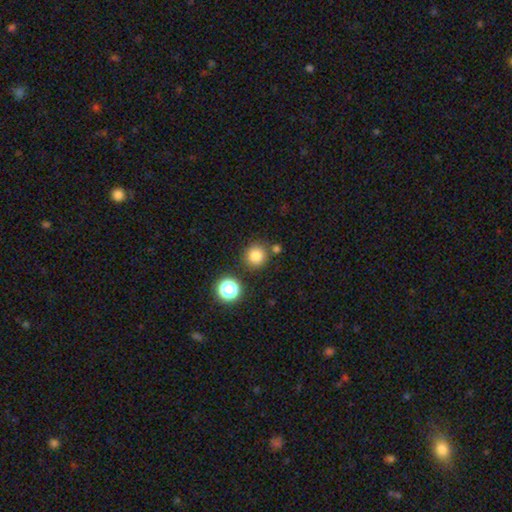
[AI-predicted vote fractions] A smooth galaxy with no disk features (81%) that is round (92%). Merging: none (81%).